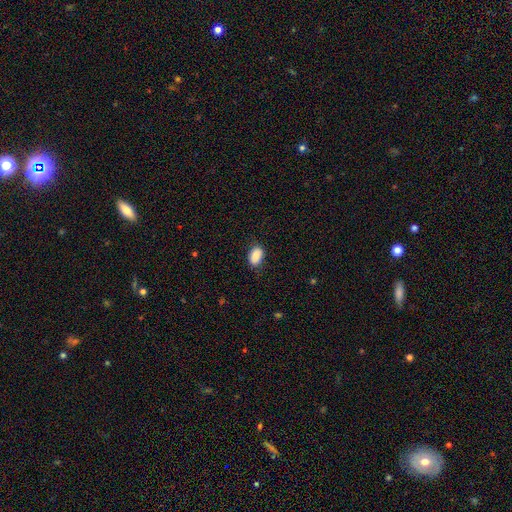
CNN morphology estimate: Smooth or featured? Predicted: smooth (p=0.88). How rounded? Predicted: in between (p=0.89). Merging? Predicted: none (p=0.79).